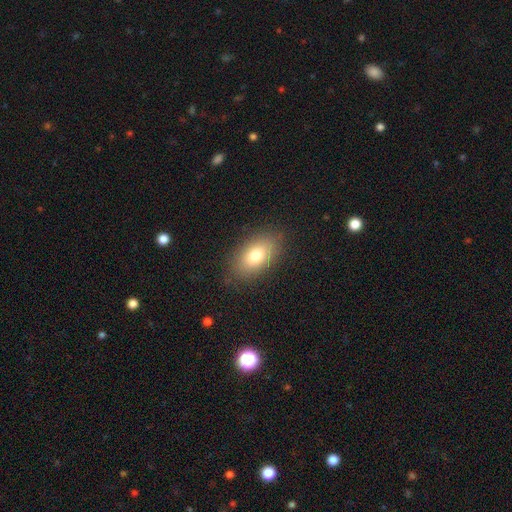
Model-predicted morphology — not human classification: type=smooth (78%); roundness=in between (90%); merging=none (84%).